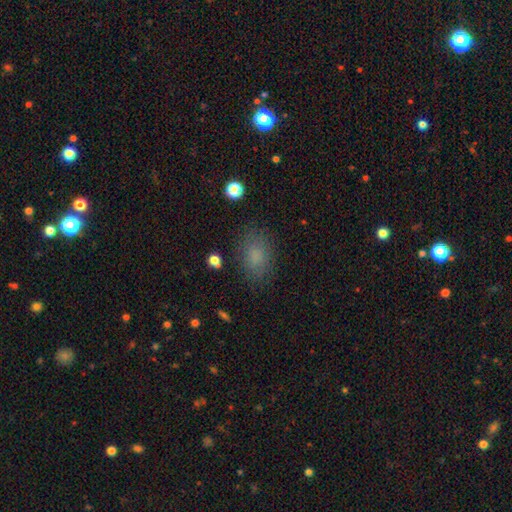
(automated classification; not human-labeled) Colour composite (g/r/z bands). It shows a smooth galaxy with no disk features (80%) that is in between round and cigar-shaped (81%). Merging: none (81%).